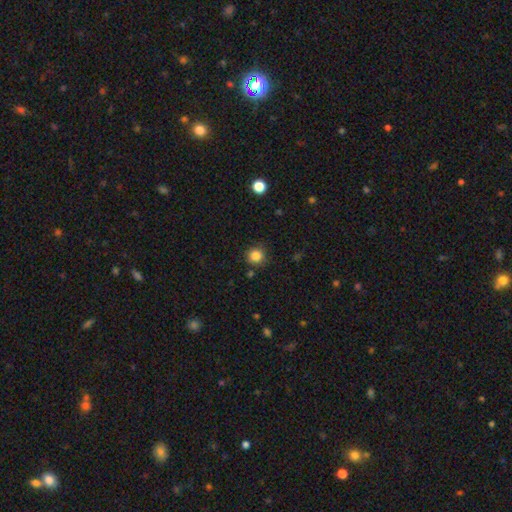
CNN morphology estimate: A smooth galaxy with no disk features (84%) that is round (92%). Merging: none (86%).